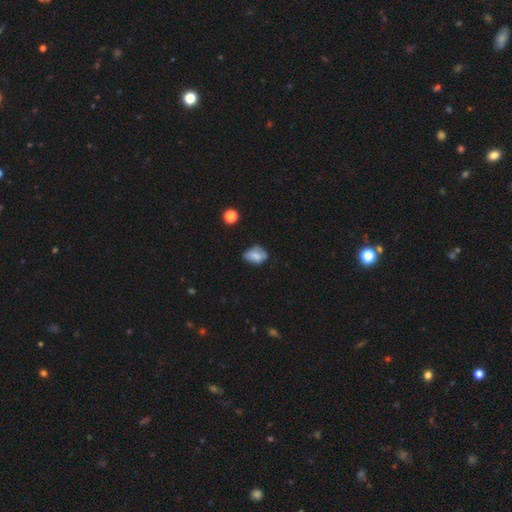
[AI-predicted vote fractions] smooth 73%, featured or disk 17%, star or artifact 10%. Down the decision tree: how rounded — in between (75%); merging — none (46%).